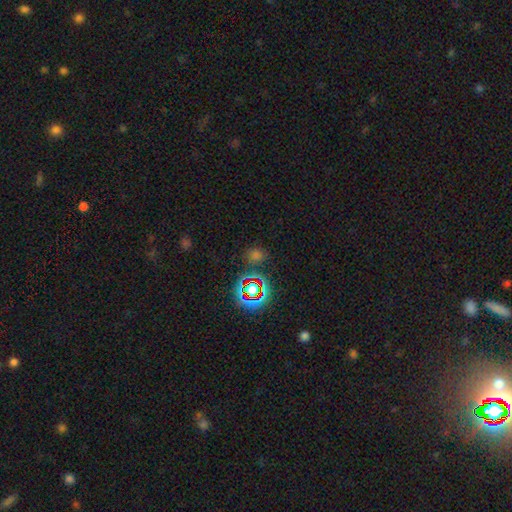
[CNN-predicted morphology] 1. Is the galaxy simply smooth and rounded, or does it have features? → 49% star or artifact, 44% smooth, 7% featured or disk.